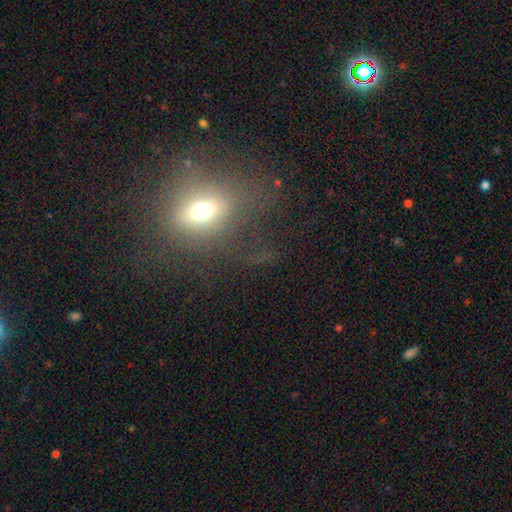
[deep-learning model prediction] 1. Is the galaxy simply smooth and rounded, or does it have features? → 49% smooth, 26% featured or disk, 25% star or artifact.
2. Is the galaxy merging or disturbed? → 60% none, 19% major disturbance, 18% minor disturbance, 3% merger.